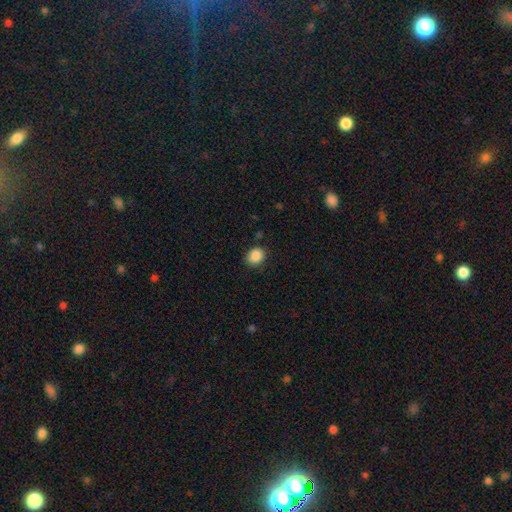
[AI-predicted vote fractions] Smooth or featured?
  - smooth: 88% *
  - star or artifact: 9%
  - featured or disk: 3%
How rounded?
  - round: 62% *
  - in between: 37%
  - cigar-shaped: 1%
Merging?
  - none: 83% *
  - minor disturbance: 12%
  - major disturbance: 3%
  - merger: 1%